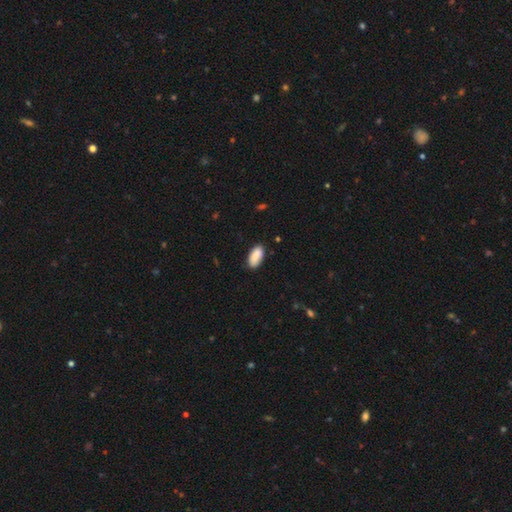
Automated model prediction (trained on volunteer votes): smooth_or_featured: smooth (p=0.88) [alt: star or artifact p=0.07]
how_rounded: in between (p=0.90) [alt: cigar-shaped p=0.08]
merging: none (p=0.79) [alt: minor disturbance p=0.17]